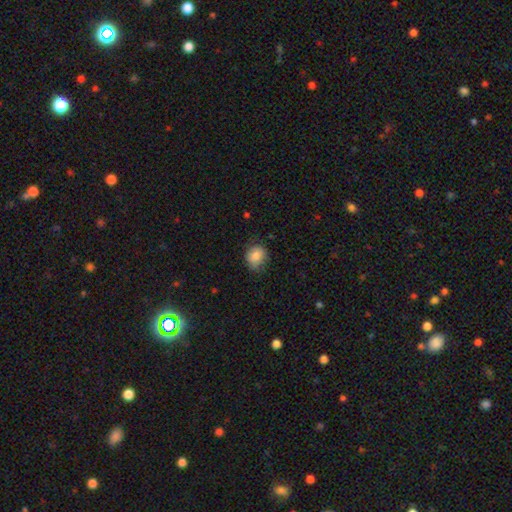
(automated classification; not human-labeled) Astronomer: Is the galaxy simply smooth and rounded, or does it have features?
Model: smooth — 82%.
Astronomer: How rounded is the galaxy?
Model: round — 64%.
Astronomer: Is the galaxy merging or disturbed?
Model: none — 69%.